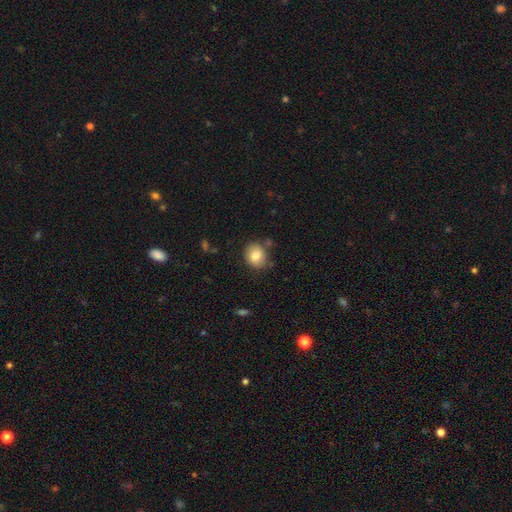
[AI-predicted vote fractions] smooth-or-featured: smooth: 81% | featured or disk: 10% | star or artifact: 9%
  how-rounded: round: 64% | in between: 35% | cigar-shaped: 1%
  merging: none: 75% | minor disturbance: 17% | merger: 4% | major disturbance: 4%